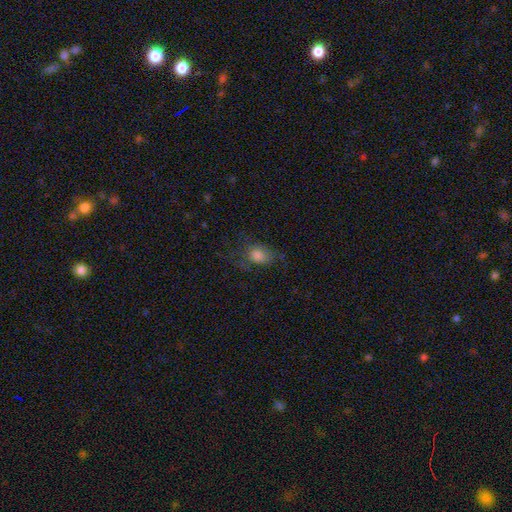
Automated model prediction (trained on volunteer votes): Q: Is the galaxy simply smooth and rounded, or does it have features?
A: smooth — 68%.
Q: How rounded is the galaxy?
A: in between — 61%.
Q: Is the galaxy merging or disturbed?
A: none — 53%.